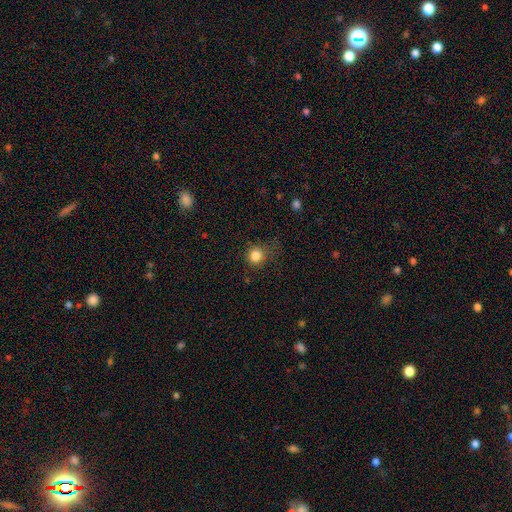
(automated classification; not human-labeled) smooth_or_featured: smooth (p=0.83) [alt: star or artifact p=0.12]
how_rounded: round (p=0.92) [alt: in between p=0.07]
merging: none (p=0.76) [alt: minor disturbance p=0.16]